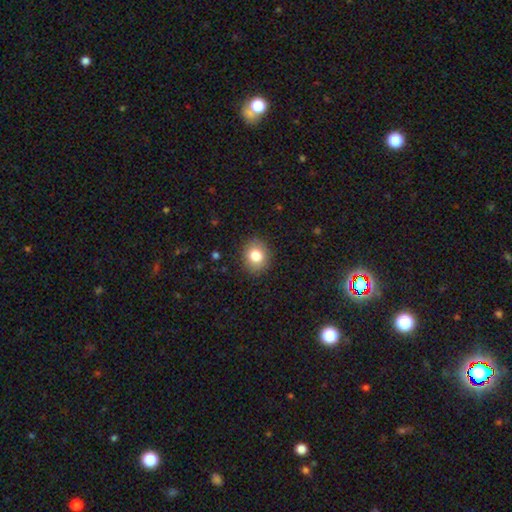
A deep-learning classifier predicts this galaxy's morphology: This appears to be a smooth galaxy with no disk features (81%) that is round (62%). Merging: none (88%).